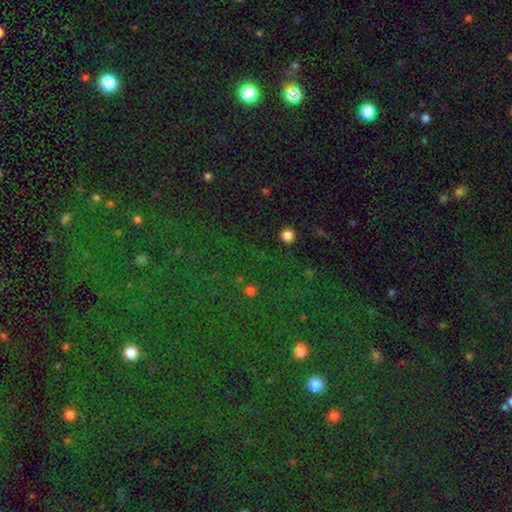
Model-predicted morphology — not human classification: Smooth or featured? star or artifact (78%)